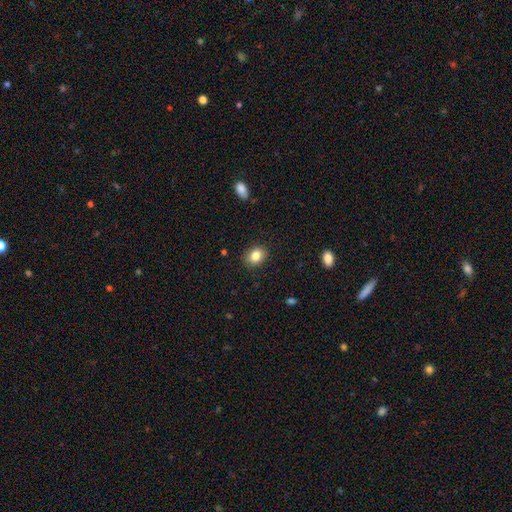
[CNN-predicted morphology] Smooth or featured?
  - smooth: 84% *
  - star or artifact: 9%
  - featured or disk: 7%
How rounded?
  - in between: 53% *
  - round: 46%
  - cigar-shaped: 1%
Merging?
  - none: 87% *
  - minor disturbance: 9%
  - major disturbance: 2%
  - merger: 1%